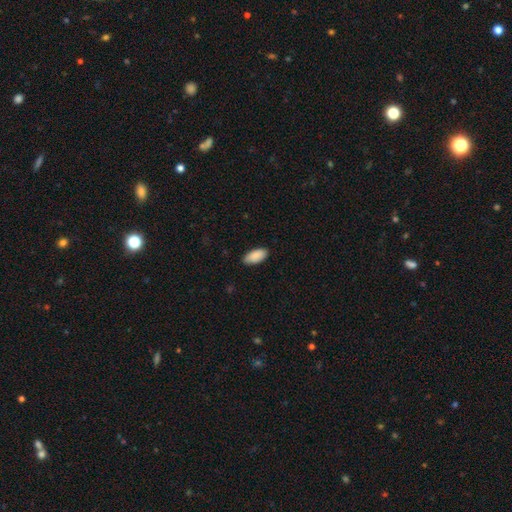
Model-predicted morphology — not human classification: smooth 90%, star or artifact 6%, featured or disk 4%. Down the decision tree: how rounded — in between (92%); merging — none (88%).